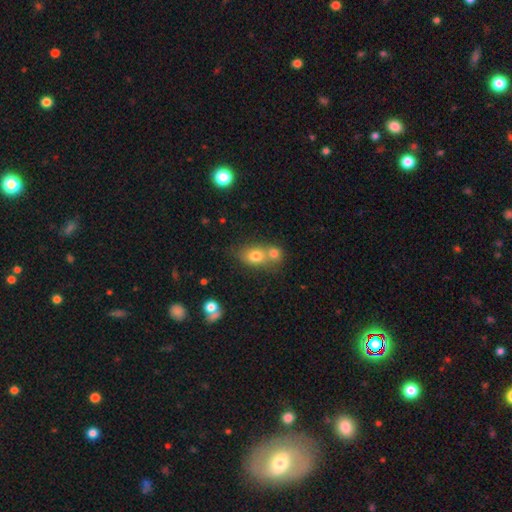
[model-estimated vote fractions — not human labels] Smooth or featured?
  - smooth: 75% *
  - featured or disk: 14%
  - star or artifact: 11%
How rounded?
  - in between: 56% *
  - round: 42%
  - cigar-shaped: 2%
Merging?
  - merger: 52% *
  - none: 35%
  - minor disturbance: 9%
  - major disturbance: 4%